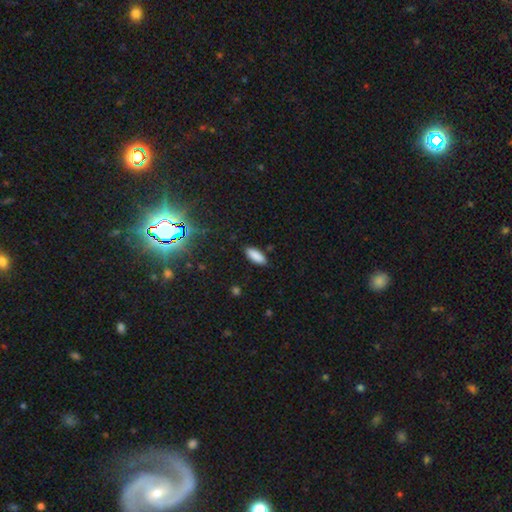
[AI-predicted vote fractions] Smooth or featured: smooth — 87% (star or artifact — 8%)
How rounded: in between — 78% (cigar-shaped — 21%)
Merging: none — 87% (minor disturbance — 9%)